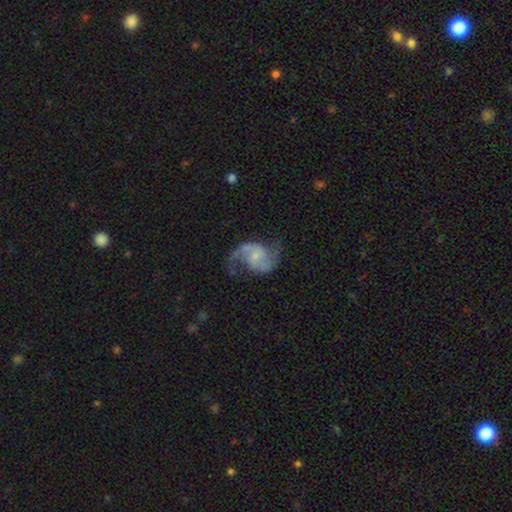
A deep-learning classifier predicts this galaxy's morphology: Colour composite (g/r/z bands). It shows a featured or disk galaxy (88%) with no bar (53%), 2 (93%) loose (51%) spiral arms (97%) and a small central bulge (60%). Merging: none (70%).